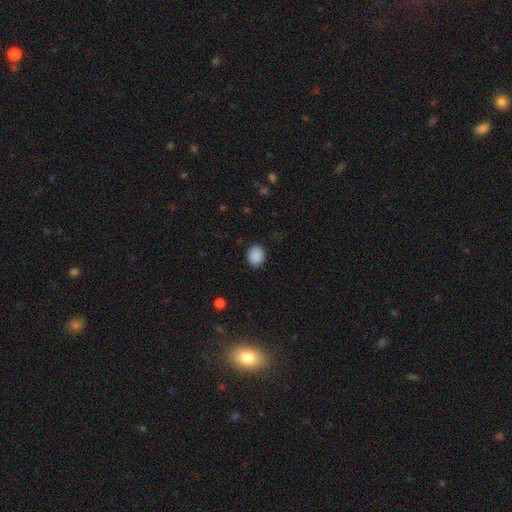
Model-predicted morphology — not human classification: This is clearly a smooth galaxy (89%). How rounded: possibly in between (50%). Merging: clearly none (87%).